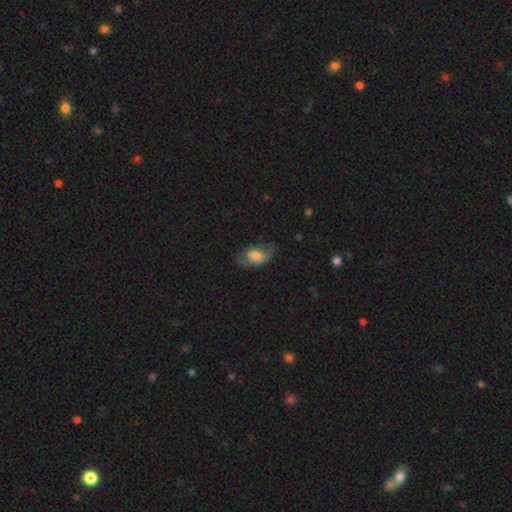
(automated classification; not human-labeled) This is possibly a smooth galaxy (56%). How rounded: clearly in between (84%). Merging: possibly none (54%).